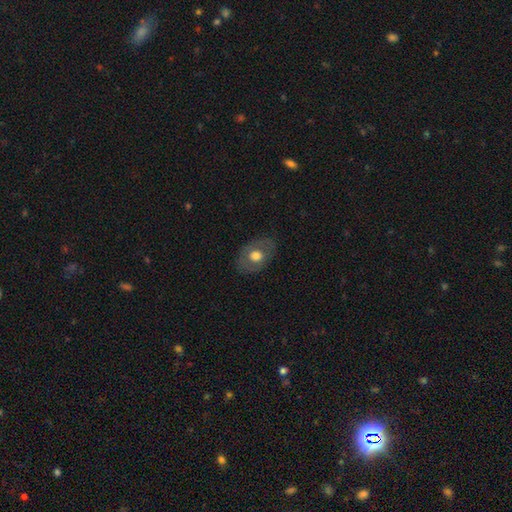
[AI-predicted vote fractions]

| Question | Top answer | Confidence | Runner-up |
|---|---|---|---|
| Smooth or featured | smooth | 57% | featured or disk (36%) |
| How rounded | in between | 69% | round (30%) |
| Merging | none | 78% | minor disturbance (15%) |